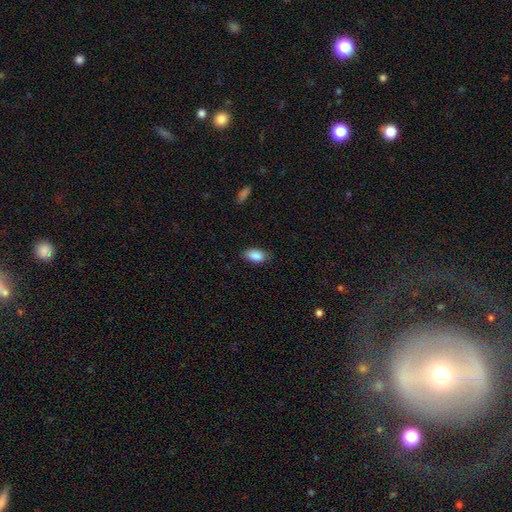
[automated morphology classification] Q: Smooth or featured?
A: smooth (89%); runner-up: star or artifact (7%)
Q: How rounded?
A: in between (92%); runner-up: round (5%)
Q: Merging?
A: none (82%); runner-up: minor disturbance (14%)